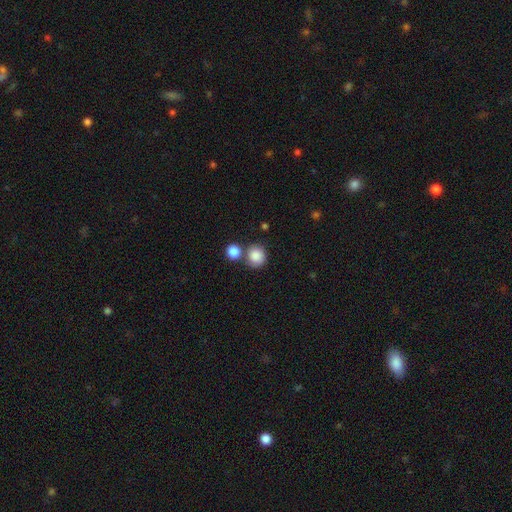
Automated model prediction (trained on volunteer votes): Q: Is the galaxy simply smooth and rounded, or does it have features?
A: smooth — 87%.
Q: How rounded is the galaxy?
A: round — 84%.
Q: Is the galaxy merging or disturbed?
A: none — 55%.